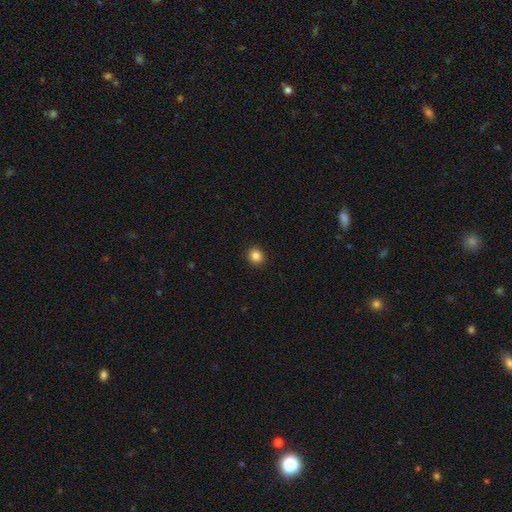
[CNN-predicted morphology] type=smooth (85%); roundness=round (83%); merging=none (92%).